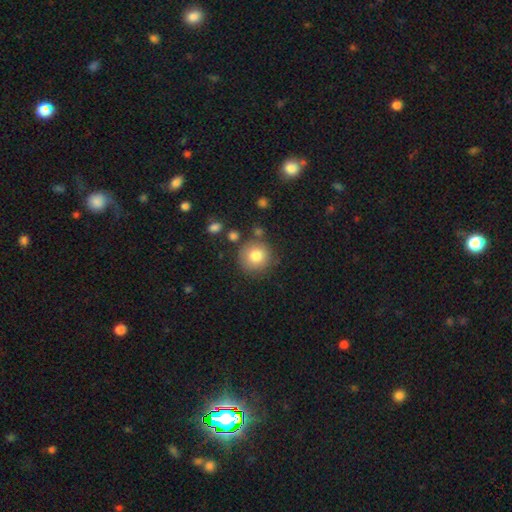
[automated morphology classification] smooth-or-featured: smooth: 81% | star or artifact: 10% | featured or disk: 10%
  how-rounded: round: 93% | in between: 6% | cigar-shaped: 1%
  merging: none: 80% | minor disturbance: 11% | merger: 5% | major disturbance: 4%